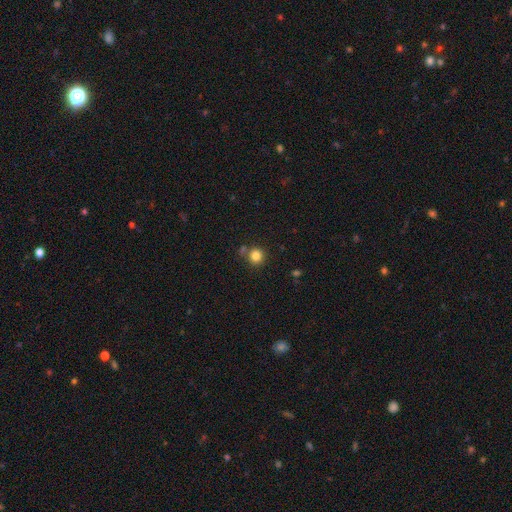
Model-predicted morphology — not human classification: This is clearly a smooth galaxy (83%). How rounded: clearly round (91%). Merging: likely none (76%).